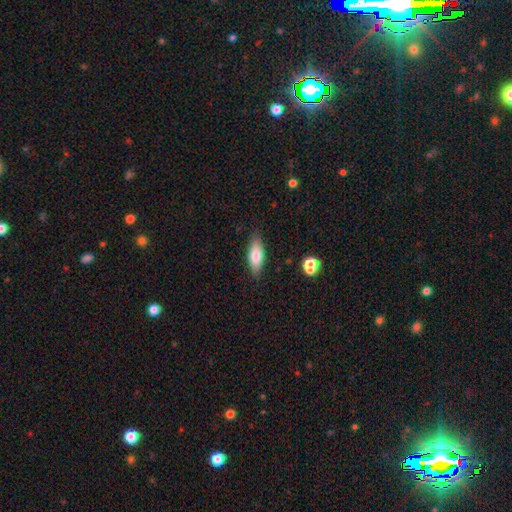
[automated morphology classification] This is likely a smooth galaxy (77%). How rounded: likely in between (70%). Merging: clearly none (84%).